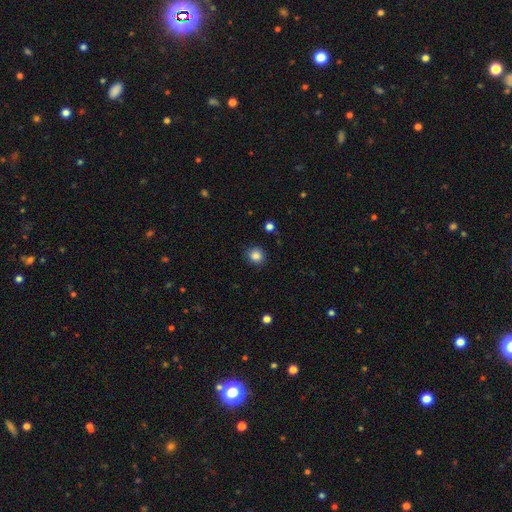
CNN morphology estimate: Smooth or featured?
  - smooth: 85% *
  - star or artifact: 11%
  - featured or disk: 4%
How rounded?
  - round: 89% *
  - in between: 10%
  - cigar-shaped: 1%
Merging?
  - none: 89% *
  - minor disturbance: 7%
  - major disturbance: 2%
  - merger: 1%